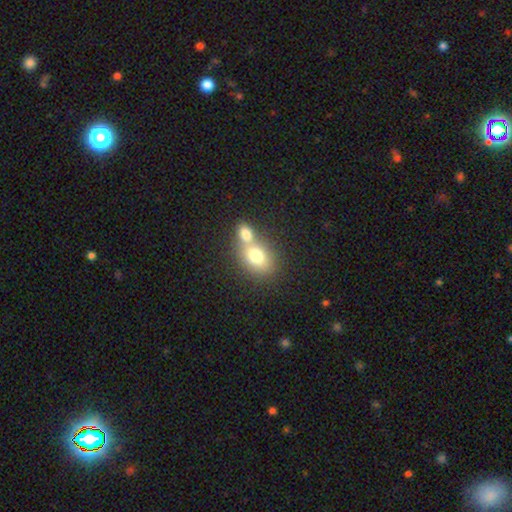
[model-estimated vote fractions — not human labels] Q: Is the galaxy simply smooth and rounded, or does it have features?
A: smooth — 75%.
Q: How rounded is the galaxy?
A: in between — 56%.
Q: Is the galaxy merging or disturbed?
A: merger — 59%.